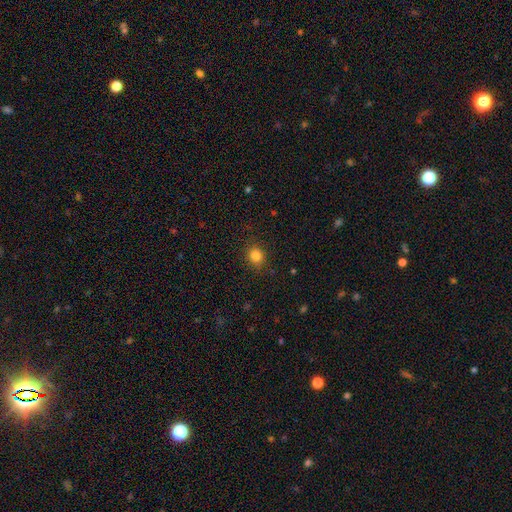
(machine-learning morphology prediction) The model was most divided on "how rounded": round: 78%, in between: 22%, cigar-shaped: 1%. More confident: merging — none (87%); smooth or featured — smooth (83%).